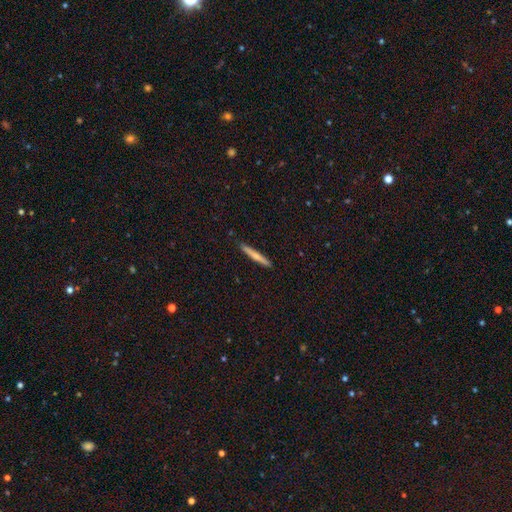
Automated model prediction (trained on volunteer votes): Smooth or featured: smooth — 57% (featured or disk — 37%)
How rounded: cigar-shaped — 95% (in between — 3%)
Merging: none — 91% (minor disturbance — 7%)